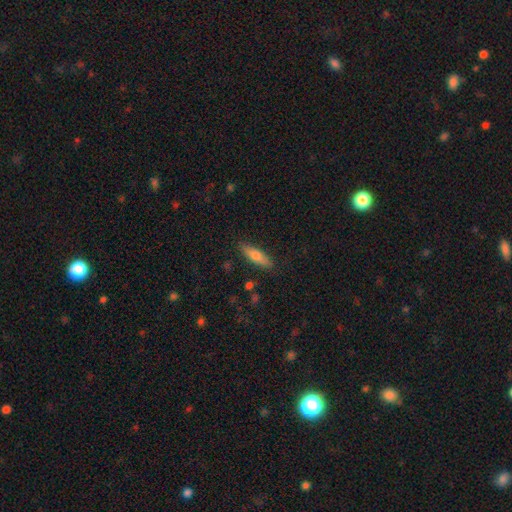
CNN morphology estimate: A smooth galaxy with no disk features (66%) that is cigar-shaped (65%).

Vote fractions:
- Smooth or featured? smooth: 66% / featured or disk: 27% / star or artifact: 7%
- How rounded? cigar-shaped: 65% / in between: 33% / round: 2%
- Merging? none: 87% / minor disturbance: 9% / major disturbance: 2% / merger: 2%